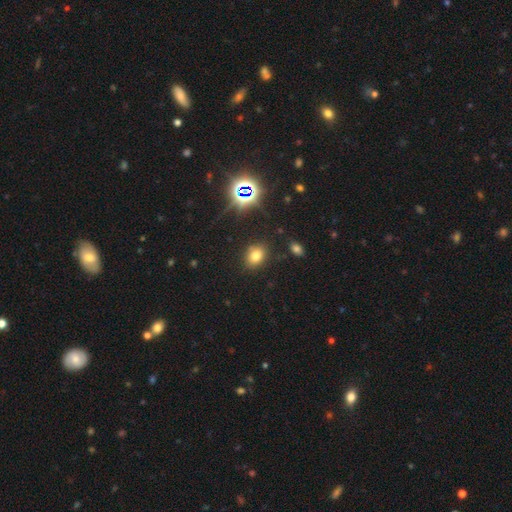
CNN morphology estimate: Q: Smooth or featured?
A: smooth (72%); runner-up: star or artifact (20%)
Q: How rounded?
A: in between (59%); runner-up: round (40%)
Q: Merging?
A: none (83%); runner-up: minor disturbance (11%)